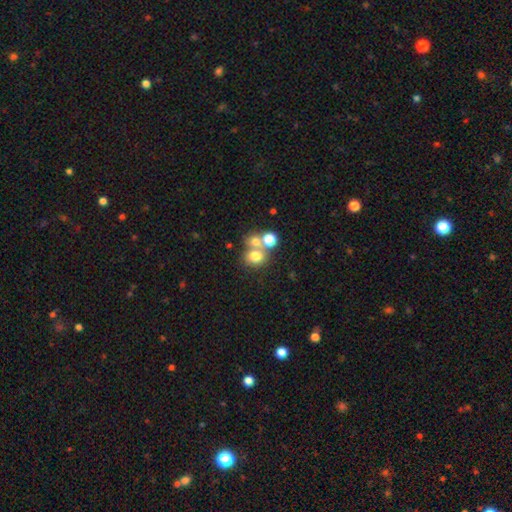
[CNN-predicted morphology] Smooth or featured?
  - smooth: 70% *
  - star or artifact: 15%
  - featured or disk: 14%
How rounded?
  - round: 71% *
  - in between: 28%
  - cigar-shaped: 1%
Merging?
  - merger: 44% * (tied)
  - none: 44% * (tied)
  - minor disturbance: 8%
  - major disturbance: 4%